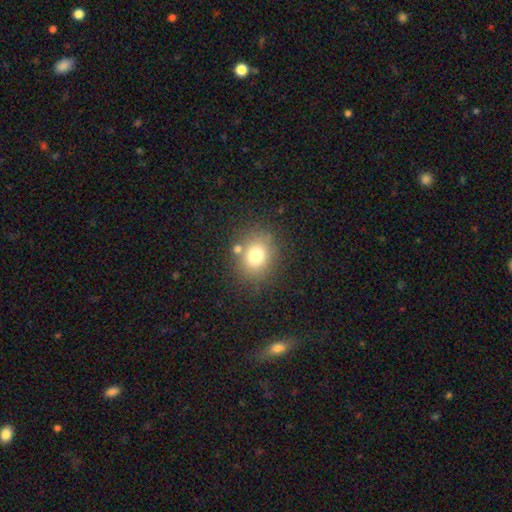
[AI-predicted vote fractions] Smooth or featured? Predicted: smooth (p=0.74). How rounded? Predicted: round (p=0.65). Merging? Predicted: none (p=0.76).